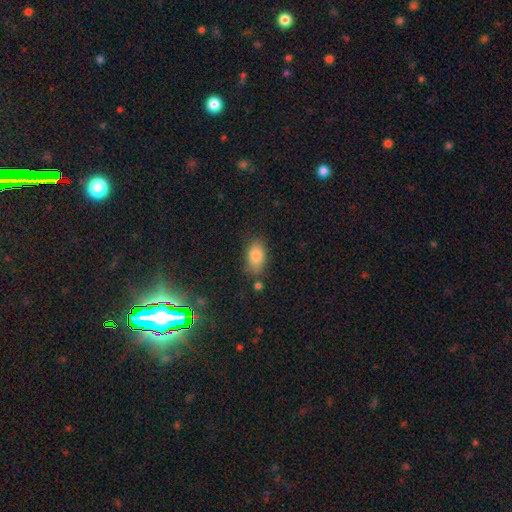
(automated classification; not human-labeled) smooth 83%, star or artifact 9%, featured or disk 8%. Down the decision tree: how rounded — in between (89%); merging — none (71%).